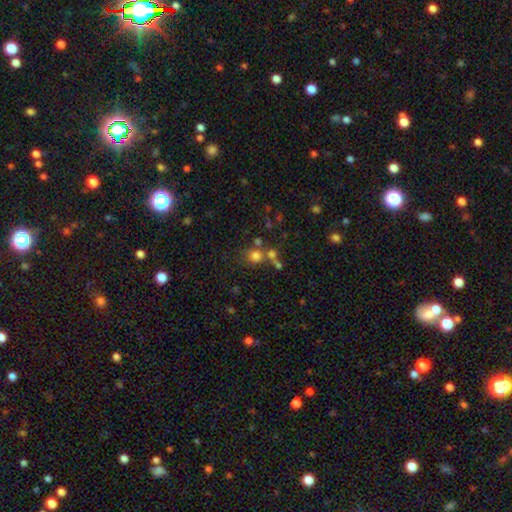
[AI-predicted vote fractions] Smooth or featured: smooth — 71% (star or artifact — 18%)
How rounded: round — 84% (in between — 15%)
Merging: none — 55% (merger — 30%)